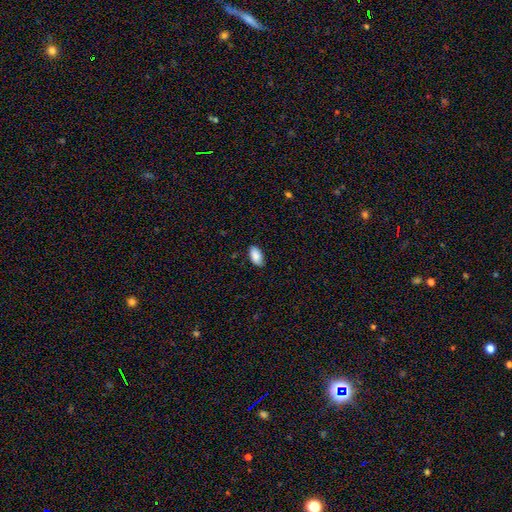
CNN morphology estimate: This is clearly a smooth galaxy (86%). How rounded: clearly in between (94%). Merging: likely none (80%).